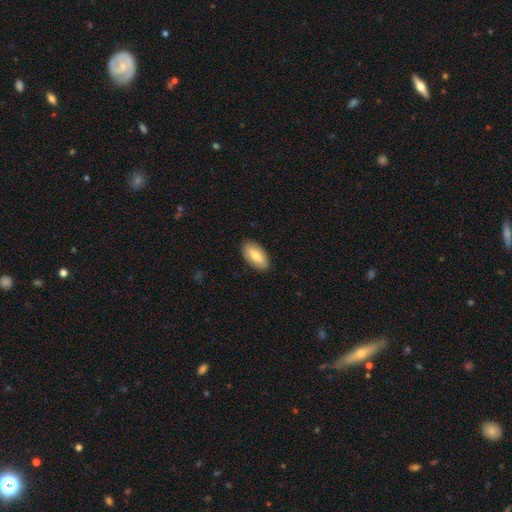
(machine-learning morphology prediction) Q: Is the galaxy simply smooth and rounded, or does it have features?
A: smooth — 77%.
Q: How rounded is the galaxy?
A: in between — 93%.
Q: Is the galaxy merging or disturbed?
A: none — 89%.